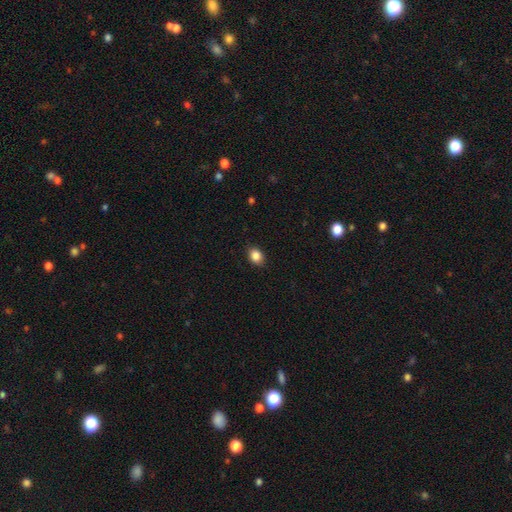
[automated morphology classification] Overall: smooth (86%). How rounded: in between (58%; round 41%). Merging: none (88%).